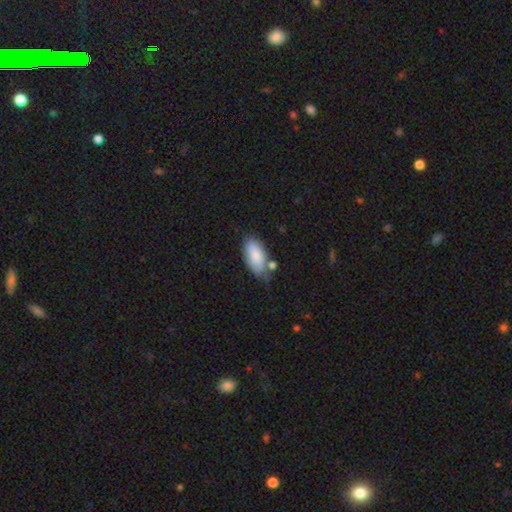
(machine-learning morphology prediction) type=smooth (80%); roundness=in between (92%); merging=none (52%).